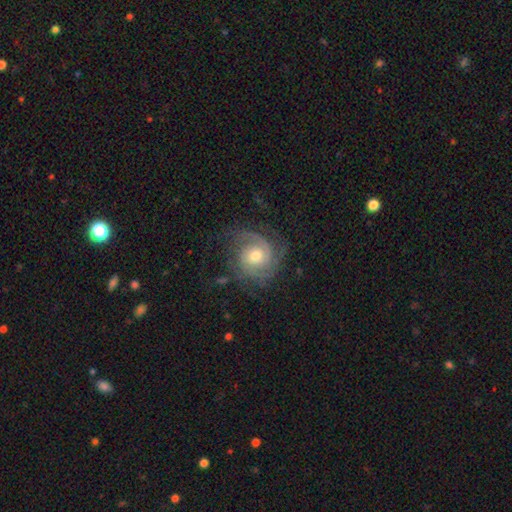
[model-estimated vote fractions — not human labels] smooth-or-featured: featured or disk: 86% | smooth: 9% | star or artifact: 5%
  disk-edge-on: no: 98% | yes: 2%
    bar: no: 74% | weak: 22% | strong: 4%
    has-spiral-arms: yes: 97% | no: 3%
      spiral-winding: tight: 61% | medium: 31% | loose: 8%
      spiral-arm-count: 2: 40% | 3: 26% | can't tell: 17% | 1: 6% | 4: 6% | more than 4: 5%
    bulge-size: moderate: 67% | small: 26% | large: 5% | none: 1% | dominant: 1%
  merging: none: 71% | minor disturbance: 17% | major disturbance: 10% | merger: 1%